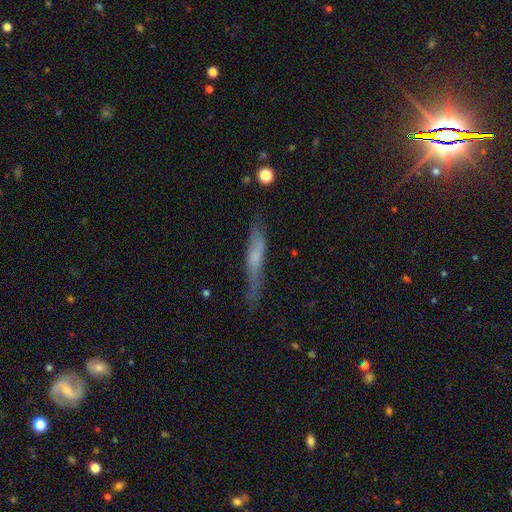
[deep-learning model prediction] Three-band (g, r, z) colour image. It shows a smooth galaxy with no disk features (49%). Merging: none (67%).